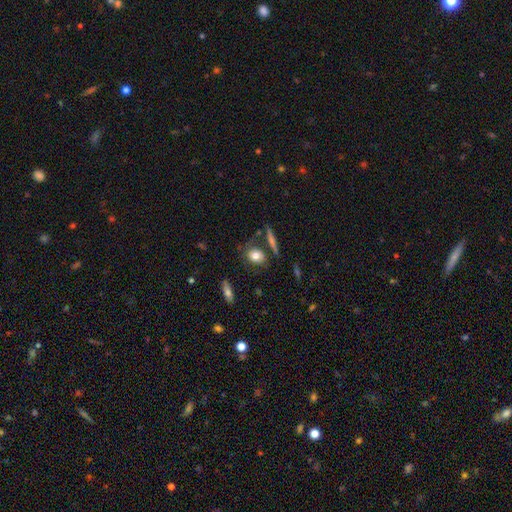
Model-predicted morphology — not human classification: The model was most divided on "how rounded": in between: 60%, round: 36%, cigar-shaped: 5%. More confident: smooth or featured — smooth (75%); merging — none (70%).